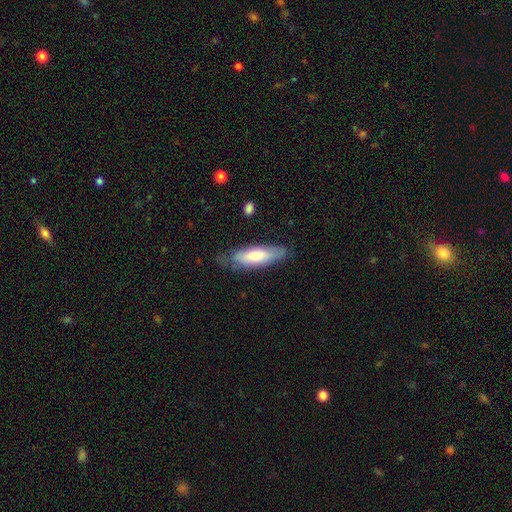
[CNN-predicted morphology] smooth_or_featured: smooth (p=0.63) [alt: featured or disk p=0.31]
how_rounded: cigar-shaped (p=0.51) [alt: in between p=0.47]
merging: none (p=0.72) [alt: minor disturbance p=0.21]